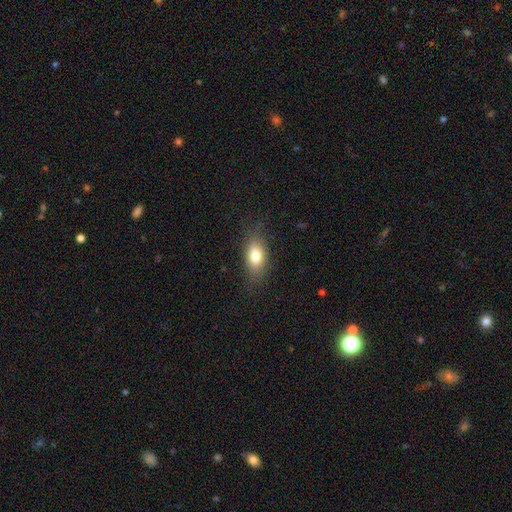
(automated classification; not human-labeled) Smooth or featured?
  - smooth: 78% *
  - featured or disk: 14%
  - star or artifact: 9%
How rounded?
  - in between: 85% *
  - round: 8%
  - cigar-shaped: 8%
Merging?
  - none: 80% *
  - minor disturbance: 14%
  - major disturbance: 5%
  - merger: 1%